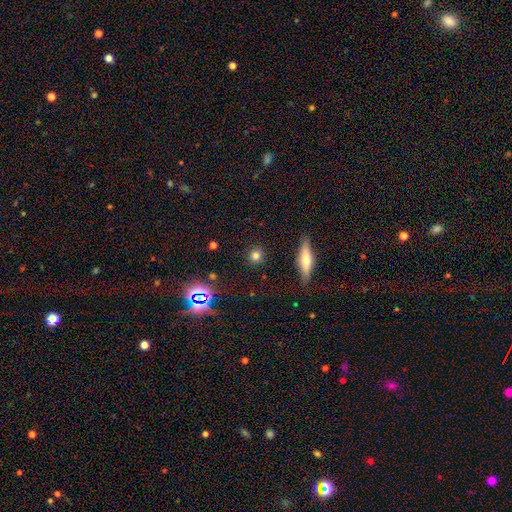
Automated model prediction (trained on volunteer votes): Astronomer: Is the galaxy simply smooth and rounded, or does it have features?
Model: smooth — 76%.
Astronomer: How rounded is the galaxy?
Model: round — 88%.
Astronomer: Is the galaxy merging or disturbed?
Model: none — 89%.